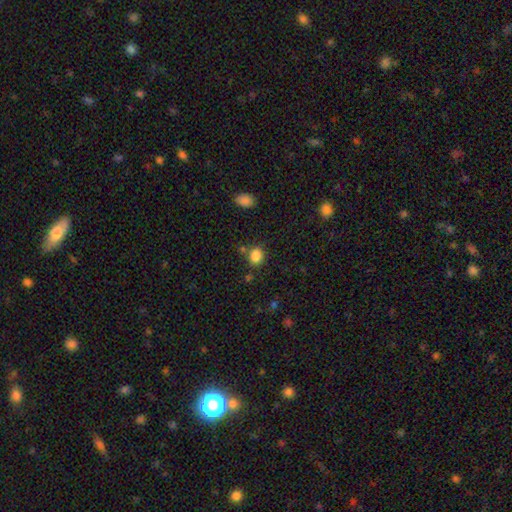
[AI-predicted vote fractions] A smooth galaxy with no disk features (85%) that is round (61%).

Vote fractions:
- Smooth or featured? smooth: 85% / star or artifact: 11% / featured or disk: 4%
- How rounded? round: 61% / in between: 38% / cigar-shaped: 1%
- Merging? none: 77% / minor disturbance: 12% / merger: 8% / major disturbance: 4%